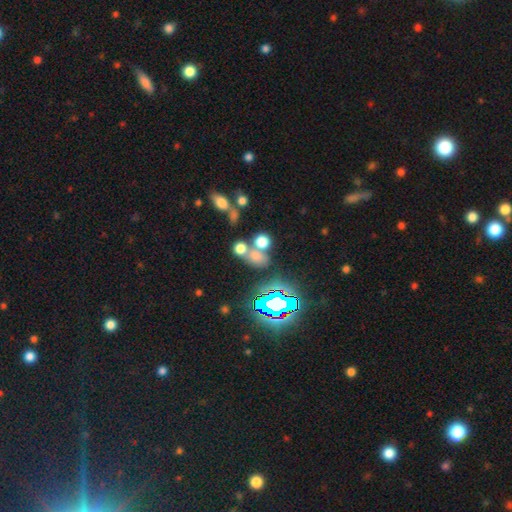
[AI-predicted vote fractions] Smooth or featured: smooth — 59% (star or artifact — 29%)
How rounded: round — 54% (in between — 43%)
Merging: none — 44% (merger — 41%)